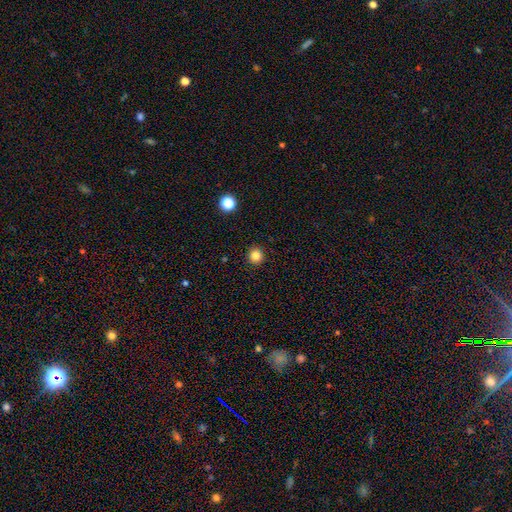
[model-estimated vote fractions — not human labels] Smooth or featured? smooth (82%)
How rounded? round (94%)
Merging? none (93%)